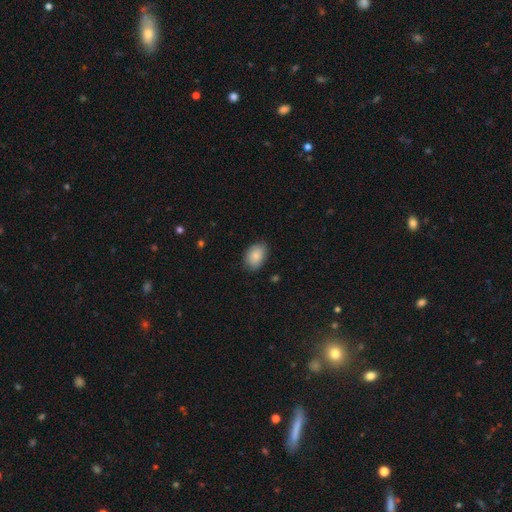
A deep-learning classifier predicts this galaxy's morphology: smooth-or-featured: smooth: 85% | featured or disk: 8% | star or artifact: 7%
  how-rounded: in between: 81% | round: 18% | cigar-shaped: 1%
  merging: none: 79% | minor disturbance: 17% | major disturbance: 3% | merger: 1%